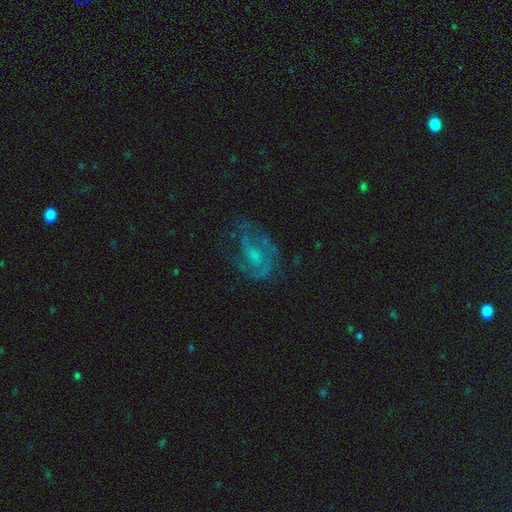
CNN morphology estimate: Smooth or featured? featured or disk (71%)
Edge-on disk? no (97%)
Bar? no (57%)
Spiral arms? yes (81%)
Spiral winding? medium (47%)
Spiral arm count? 2 (53%)
Bulge size? small (38%)
Merging? none (56%)